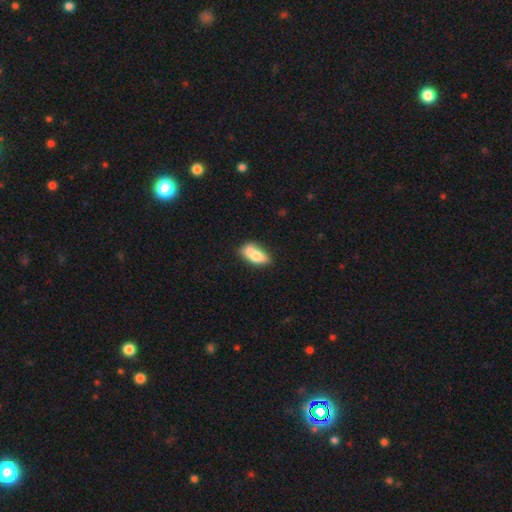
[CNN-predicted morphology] smooth_or_featured: smooth (p=0.73) [alt: featured or disk p=0.20]
how_rounded: in between (p=0.83) [alt: cigar-shaped p=0.13]
merging: none (p=0.53) [alt: minor disturbance p=0.26]